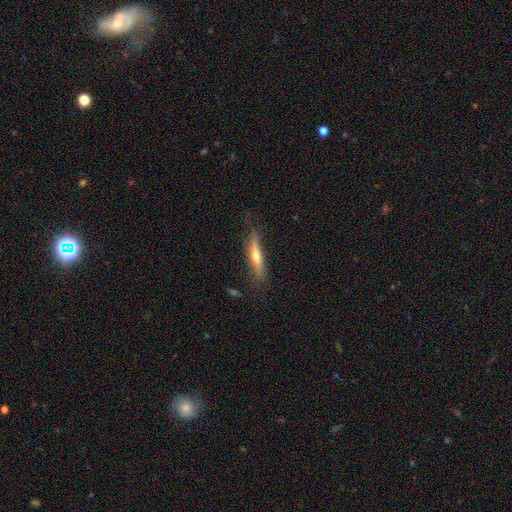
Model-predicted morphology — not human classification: Overall: smooth (48%; featured or disk 46%). Merging: none (74%).